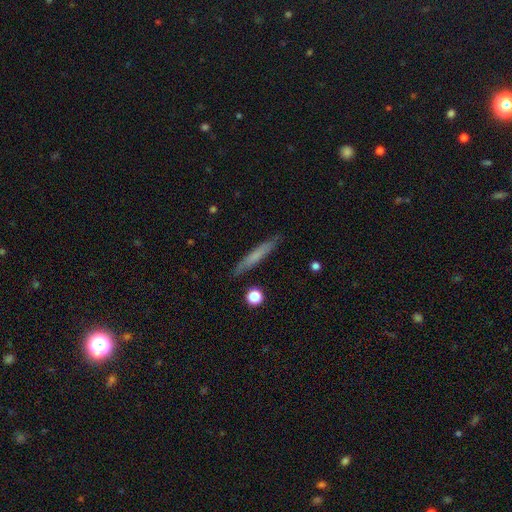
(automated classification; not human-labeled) Smooth or featured? smooth (61%)
How rounded? cigar-shaped (94%)
Merging? none (87%)